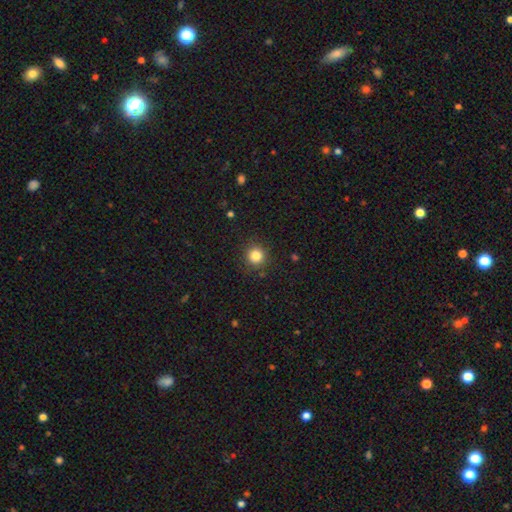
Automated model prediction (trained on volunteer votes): Smooth or featured?
  - smooth: 83% *
  - star or artifact: 12%
  - featured or disk: 5%
How rounded?
  - round: 93% *
  - in between: 6%
  - cigar-shaped: 1%
Merging?
  - none: 89% *
  - minor disturbance: 7%
  - major disturbance: 2%
  - merger: 1%